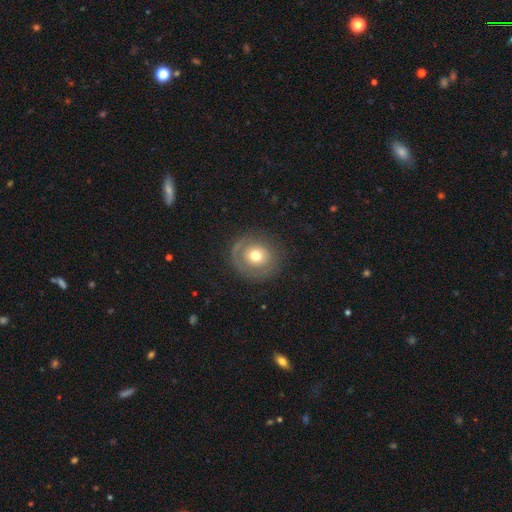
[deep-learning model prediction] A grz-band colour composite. It shows a smooth galaxy with no disk features (50%) that is round (88%). Merging: none (76%).